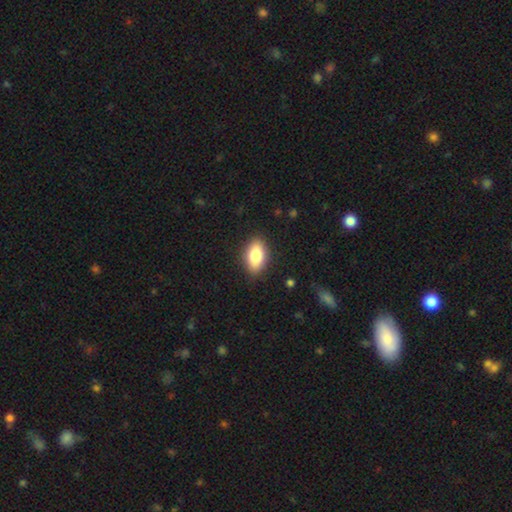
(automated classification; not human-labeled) This appears to be a smooth galaxy with no disk features (83%) that is in between round and cigar-shaped (90%). Merging: none (87%).